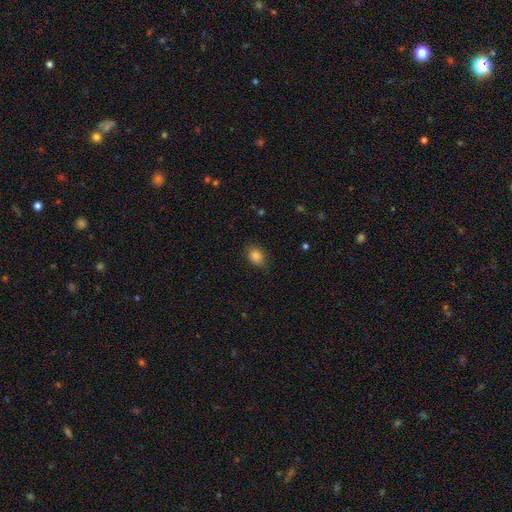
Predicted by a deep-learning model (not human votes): Smooth or featured? smooth (84%)
How rounded? in between (58%)
Merging? none (77%)